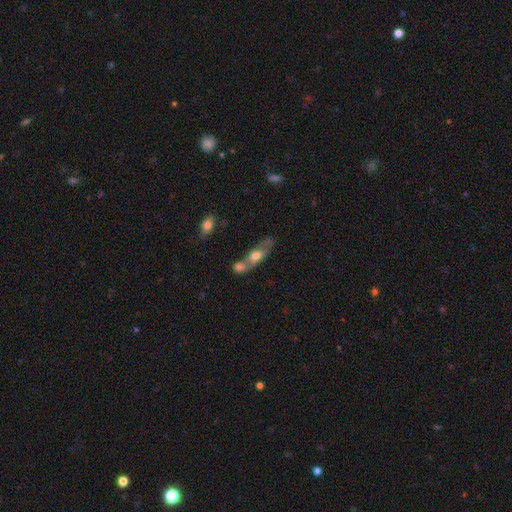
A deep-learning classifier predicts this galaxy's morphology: This appears to be a featured or disk galaxy (47%). Merging: merger (44%).